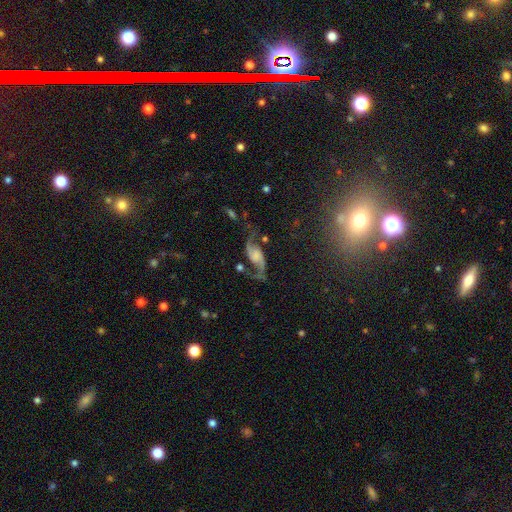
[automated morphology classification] Q: Smooth or featured?
A: featured or disk (86%); runner-up: smooth (8%)
Q: Edge-on disk?
A: no (96%); runner-up: yes (4%)
Q: Bar?
A: no (58%); runner-up: weak (31%)
Q: Spiral arms?
A: yes (96%); runner-up: no (4%)
Q: Spiral winding?
A: loose (78%); runner-up: medium (18%)
Q: Spiral arm count?
A: 2 (93%); runner-up: 1 (3%)
Q: Bulge size?
A: none (37%); runner-up: small (28%)
Q: Merging?
A: none (64%); runner-up: minor disturbance (18%)